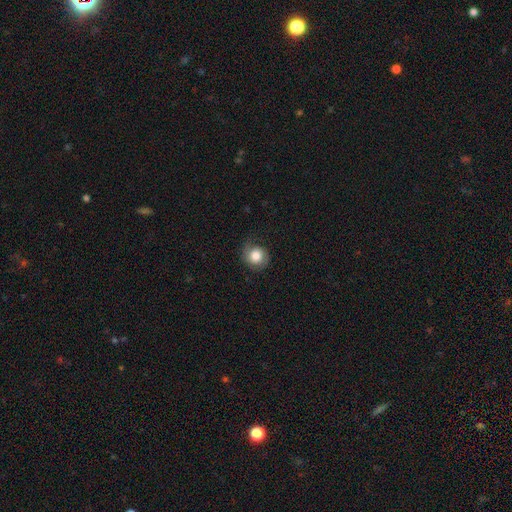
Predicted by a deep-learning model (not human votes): smooth 75%, featured or disk 16%, star or artifact 8%. Down the decision tree: how rounded — round (81%); merging — none (65%).